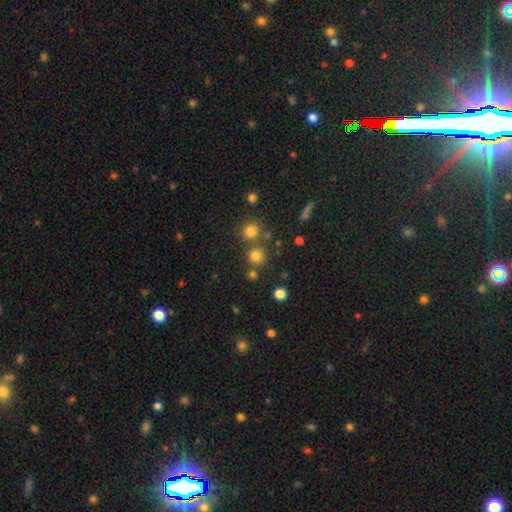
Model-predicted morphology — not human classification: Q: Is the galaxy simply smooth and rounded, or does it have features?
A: smooth — 77%.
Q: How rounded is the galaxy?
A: round — 92%.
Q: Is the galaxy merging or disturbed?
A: none — 72%.